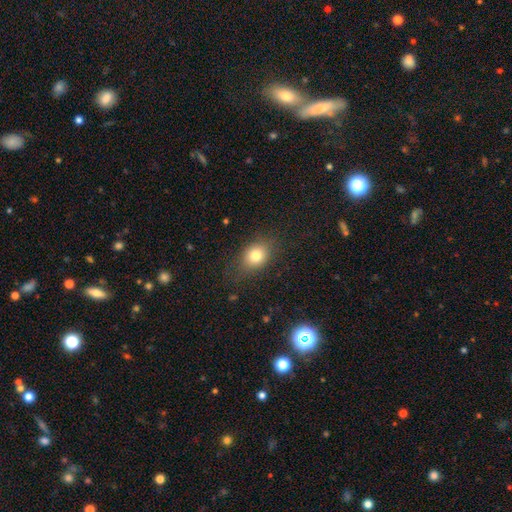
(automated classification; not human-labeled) The model was most divided on "how rounded": in between: 58%, round: 40%, cigar-shaped: 2%. More confident: smooth or featured — smooth (79%); merging — none (76%).